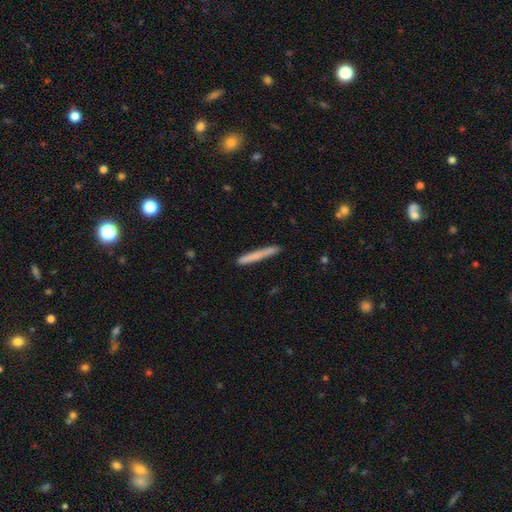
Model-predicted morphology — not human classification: This is likely a smooth galaxy (71%). How rounded: clearly cigar-shaped (97%). Merging: clearly none (89%).